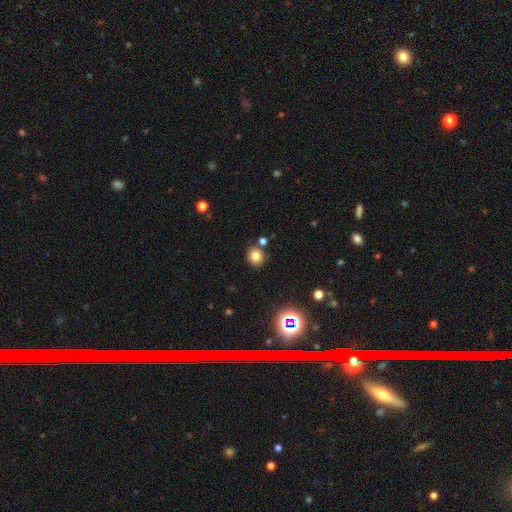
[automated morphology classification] smooth 78%, star or artifact 14%, featured or disk 8%. Down the decision tree: how rounded — round (81%); merging — none (80%).